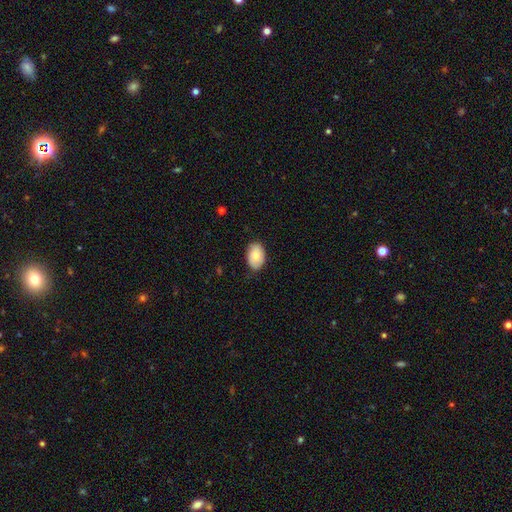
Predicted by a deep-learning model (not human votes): The model was most divided on "merging": none: 81%, minor disturbance: 16%, major disturbance: 3%, merger: 1%. More confident: how rounded — in between (89%); smooth or featured — smooth (82%).